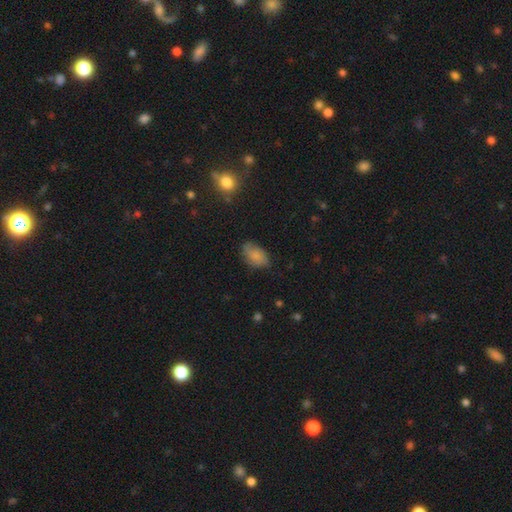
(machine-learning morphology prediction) smooth 80%, featured or disk 11%, star or artifact 9%. Down the decision tree: how rounded — in between (92%); merging — none (71%).